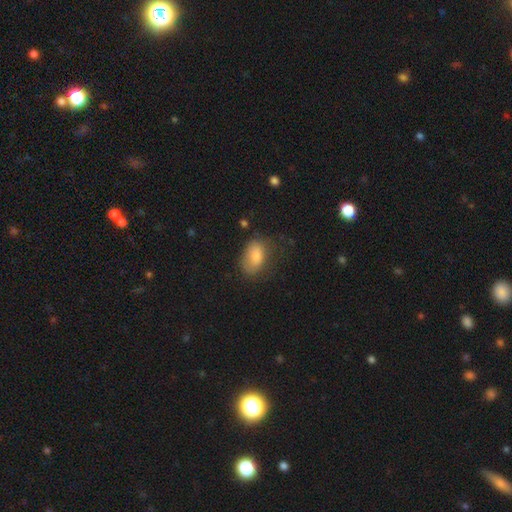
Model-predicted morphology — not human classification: Overall: smooth (80%). How rounded: in between (89%). Merging: none (58%; minor disturbance 27%).